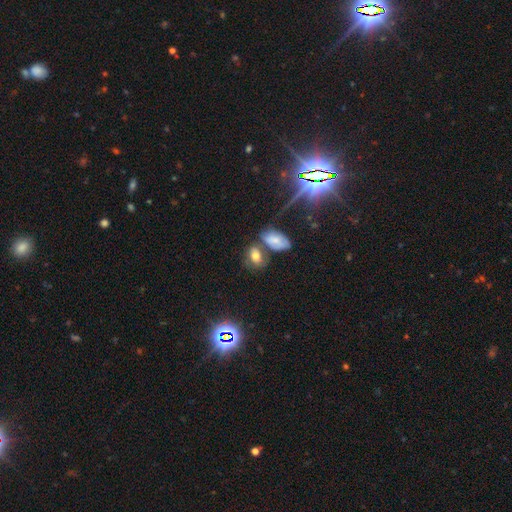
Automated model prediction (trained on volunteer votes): Overall: smooth (62%). How rounded: in between (78%). Merging: none (47%; merger 30%).